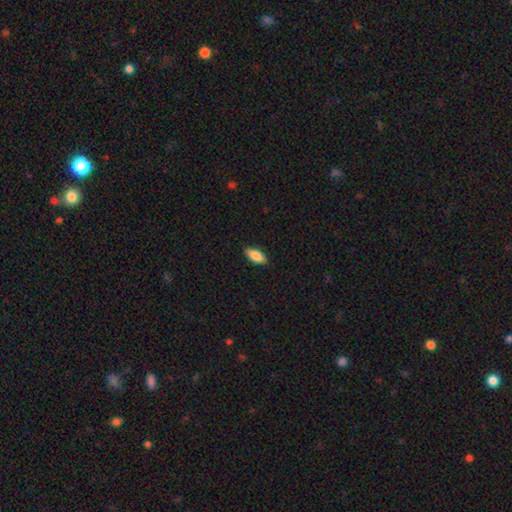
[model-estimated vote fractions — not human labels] A smooth galaxy with no disk features (85%) that is in between round and cigar-shaped (87%).

Vote fractions:
- Smooth or featured? smooth: 85% / featured or disk: 9% / star or artifact: 6%
- How rounded? in between: 87% / cigar-shaped: 10% / round: 2%
- Merging? none: 87% / minor disturbance: 10% / major disturbance: 2% / merger: 1%